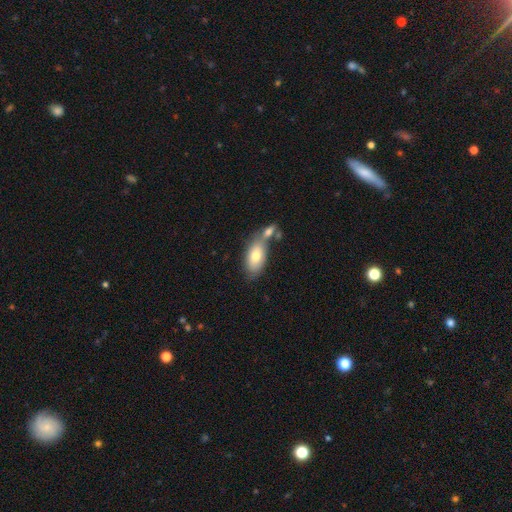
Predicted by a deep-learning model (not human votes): smooth-or-featured: smooth: 75% | featured or disk: 19% | star or artifact: 7%
  how-rounded: in between: 91% | cigar-shaped: 5% | round: 4%
  merging: none: 43% | merger: 37% | minor disturbance: 15% | major disturbance: 5%